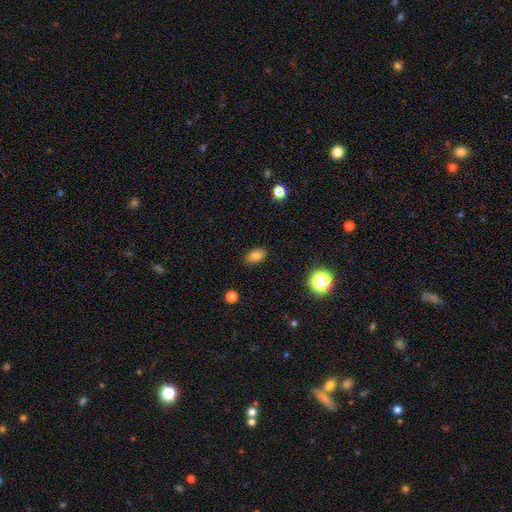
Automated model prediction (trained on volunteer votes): Smooth or featured: smooth — 82% (star or artifact — 11%)
How rounded: in between — 88% (round — 10%)
Merging: none — 87% (minor disturbance — 9%)